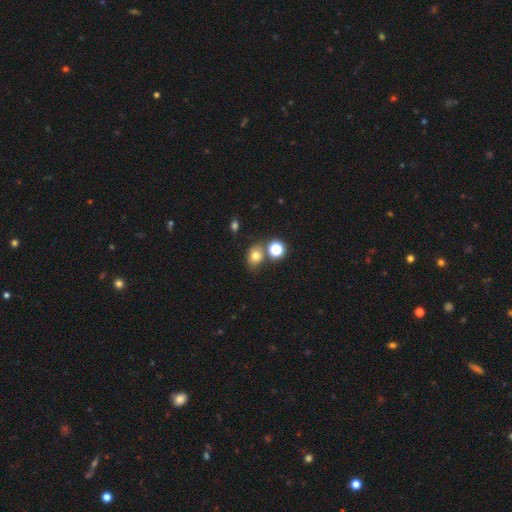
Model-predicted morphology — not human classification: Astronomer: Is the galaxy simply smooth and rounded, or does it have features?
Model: smooth — 74%.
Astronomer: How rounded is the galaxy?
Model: round — 52% (runner-up: in between, 47%).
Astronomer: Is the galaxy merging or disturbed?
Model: none — 67%.